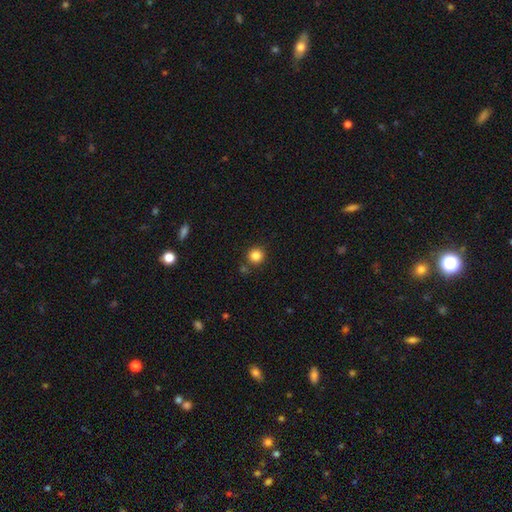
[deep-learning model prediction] This appears to be a smooth galaxy with no disk features (84%) that is round (92%). Merging: none (84%).